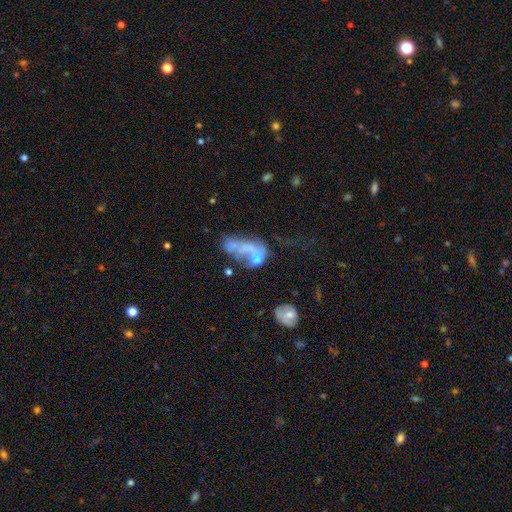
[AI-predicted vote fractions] Morphology: type=featured or disk (51%); edge-on=no (97%); merging=merger (42%).